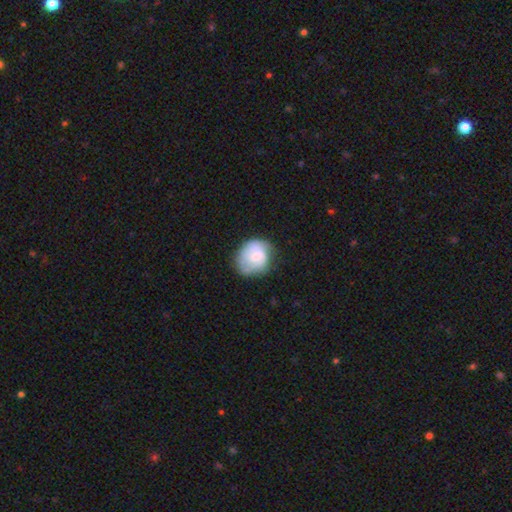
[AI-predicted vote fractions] Smooth or featured? smooth (58%)
How rounded? round (70%)
Merging? none (57%)